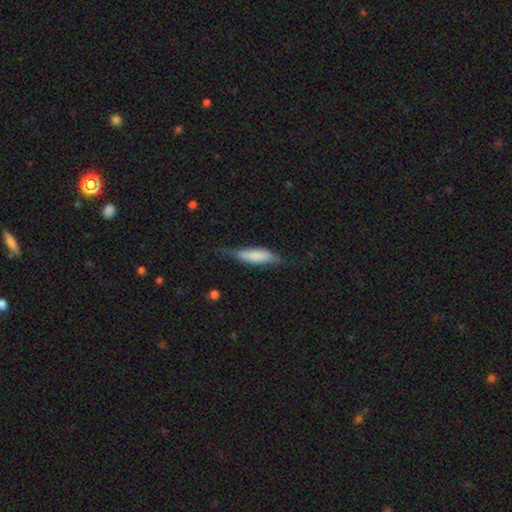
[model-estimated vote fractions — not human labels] Q: Smooth or featured?
A: smooth (66%); runner-up: featured or disk (28%)
Q: How rounded?
A: cigar-shaped (70%); runner-up: in between (28%)
Q: Merging?
A: none (59%); runner-up: minor disturbance (30%)